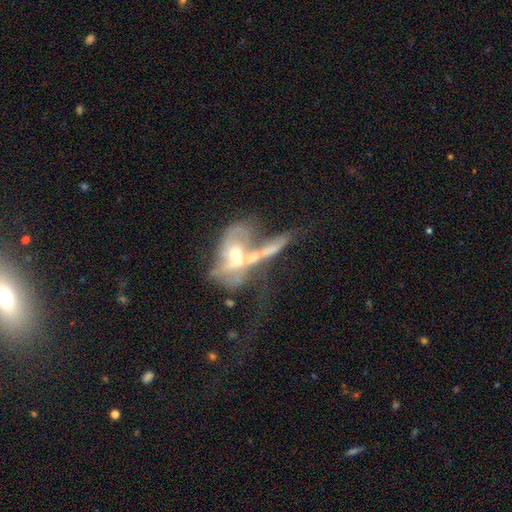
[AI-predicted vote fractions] The model was most divided on "spiral arms": no: 54%, yes: 46%. More confident: edge-on disk — no (80%); bar — no (71%); smooth or featured — featured or disk (69%); merging — merger (64%); bulge size — moderate (59%).